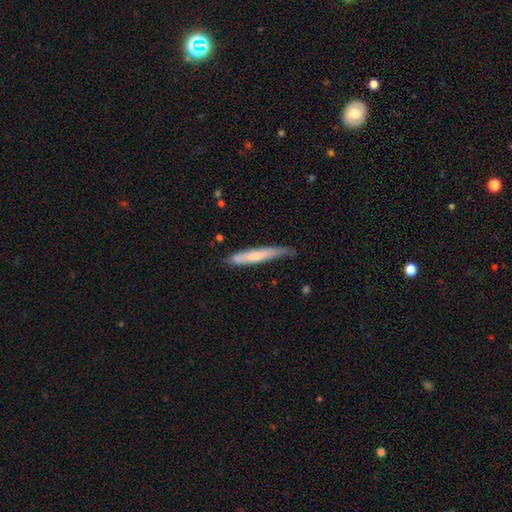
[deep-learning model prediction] Smooth or featured? Predicted: smooth (p=0.59). How rounded? Predicted: cigar-shaped (p=0.91). Merging? Predicted: none (p=0.57).